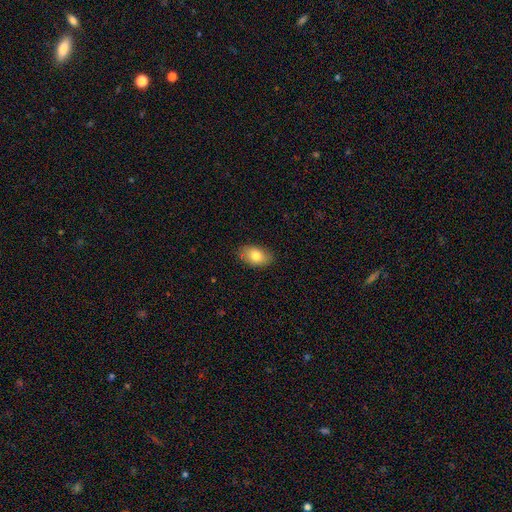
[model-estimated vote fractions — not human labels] The model was most divided on "smooth or featured": smooth: 79%, featured or disk: 13%, star or artifact: 7%. More confident: how rounded — in between (89%); merging — none (85%).